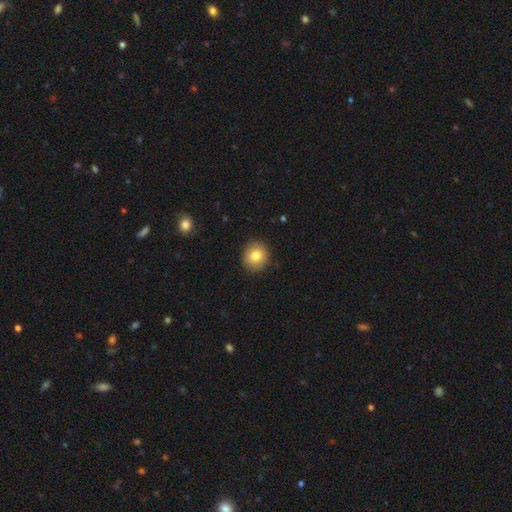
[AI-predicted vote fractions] Q: Smooth or featured?
A: smooth (81%); runner-up: featured or disk (10%)
Q: How rounded?
A: round (83%); runner-up: in between (16%)
Q: Merging?
A: none (89%); runner-up: minor disturbance (8%)